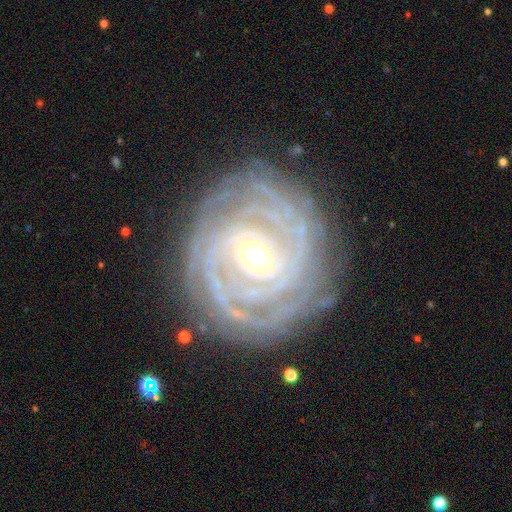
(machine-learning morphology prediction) featured or disk 90%, star or artifact 5%, smooth 5%. Down the decision tree: edge-on disk — no (97%); bar — weak (40%); spiral arms — yes (98%); spiral arm count — can't tell (24%); spiral winding — tight (88%); bulge size — moderate (66%); merging — none (82%).